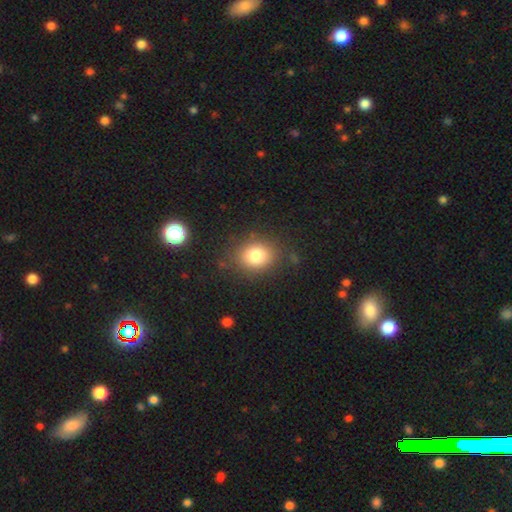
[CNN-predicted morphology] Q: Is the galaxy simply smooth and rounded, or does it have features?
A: smooth — 80%.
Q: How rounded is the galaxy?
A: round — 63%.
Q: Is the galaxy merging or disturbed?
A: none — 83%.